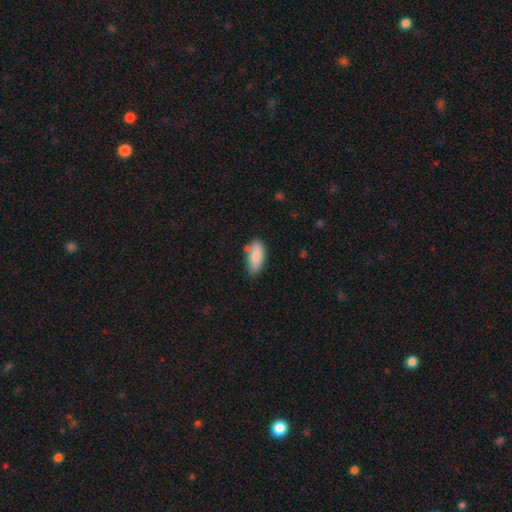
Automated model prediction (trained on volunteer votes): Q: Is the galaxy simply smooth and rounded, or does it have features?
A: smooth — 84%.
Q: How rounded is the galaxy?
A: in between — 83%.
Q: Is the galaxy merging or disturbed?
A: none — 66%.